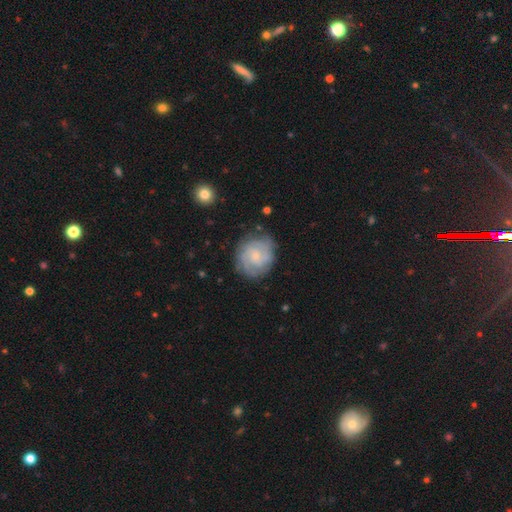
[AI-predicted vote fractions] Smooth or featured? Predicted: featured or disk (p=0.74). Edge-on disk? Predicted: no (p=0.98). Bar? Predicted: no (p=0.69). Spiral arms? Predicted: yes (p=0.93). Spiral winding? Predicted: tight (p=0.62). Spiral arm count? Predicted: can't tell (p=0.33). Bulge size? Predicted: small (p=0.71). Merging? Predicted: none (p=0.76).